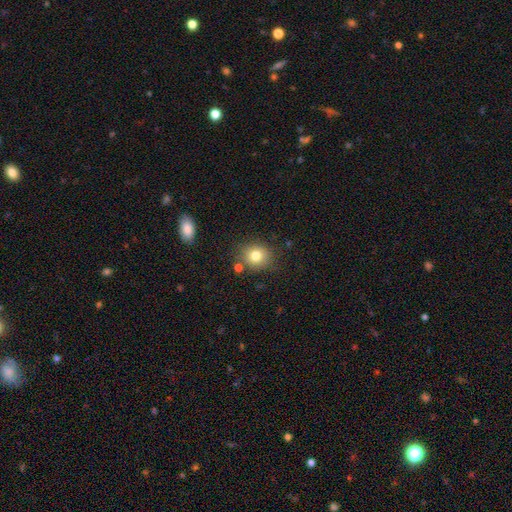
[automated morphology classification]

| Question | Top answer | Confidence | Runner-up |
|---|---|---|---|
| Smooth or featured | smooth | 79% | star or artifact (12%) |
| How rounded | round | 80% | in between (19%) |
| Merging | none | 79% | minor disturbance (11%) |